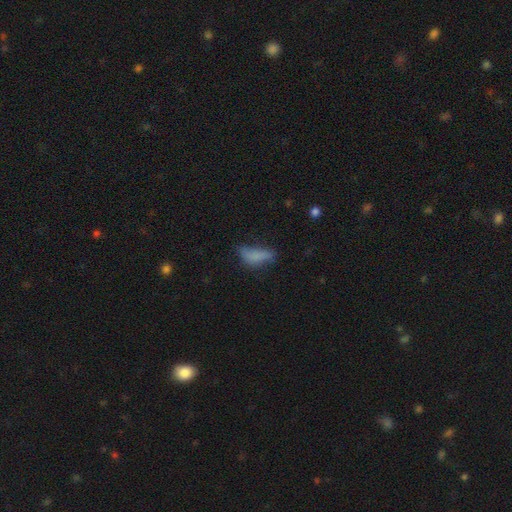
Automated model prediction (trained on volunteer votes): This appears to be a smooth galaxy with no disk features (73%) that is in between round and cigar-shaped (67%). Merging: none (38%).